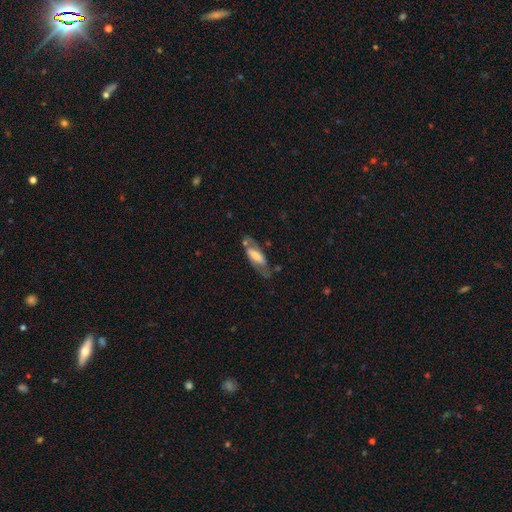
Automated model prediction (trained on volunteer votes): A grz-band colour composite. It shows a featured or disk galaxy (60%). Merging: none (62%).